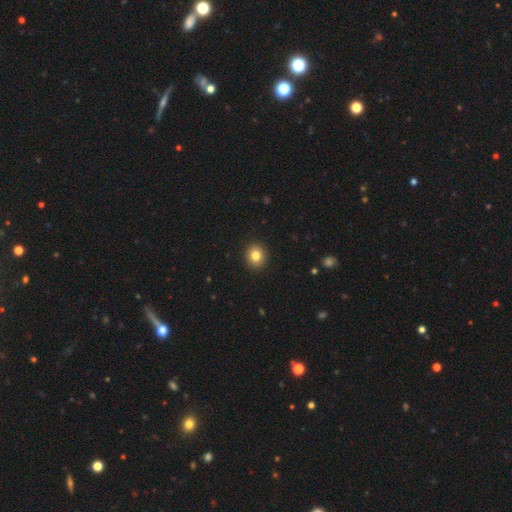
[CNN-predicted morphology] Overall: smooth (83%). How rounded: round (80%). Merging: none (92%).